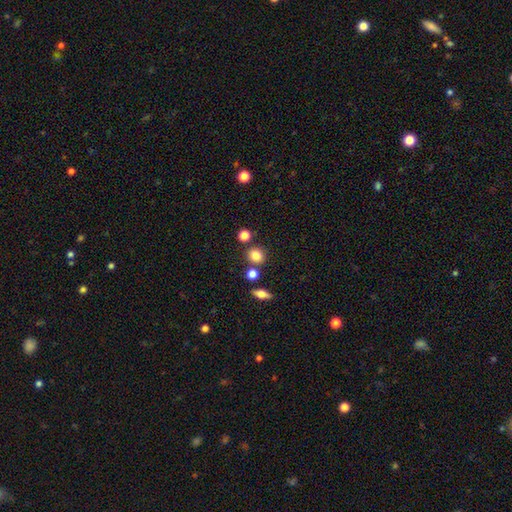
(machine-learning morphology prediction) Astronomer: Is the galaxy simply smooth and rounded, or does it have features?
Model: smooth — 81%.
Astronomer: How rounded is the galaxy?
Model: round — 81%.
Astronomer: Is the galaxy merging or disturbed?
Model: none — 77%.